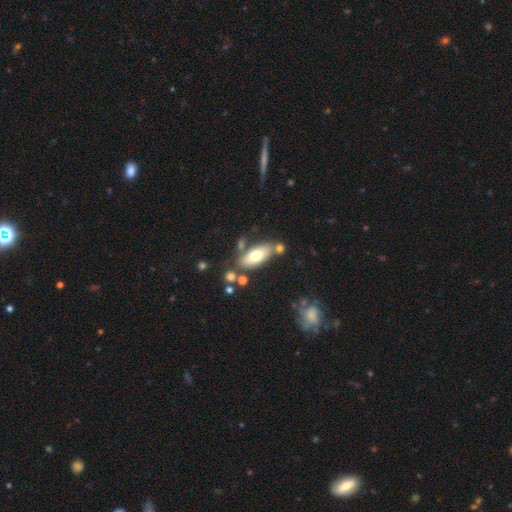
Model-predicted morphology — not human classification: This is likely a smooth galaxy (69%). How rounded: clearly in between (83%). Merging: likely none (69%).